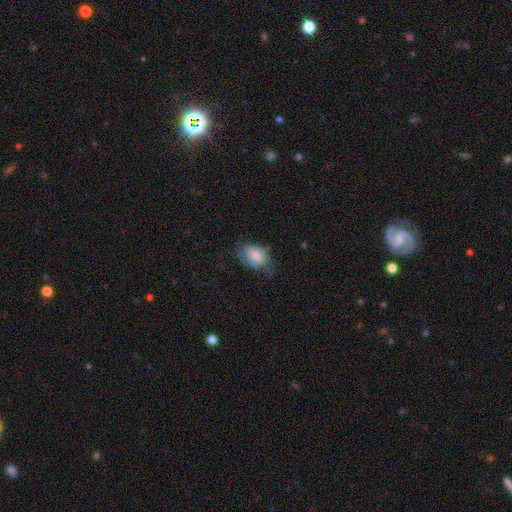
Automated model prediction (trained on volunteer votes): Q: Smooth or featured?
A: smooth (69%); runner-up: featured or disk (23%)
Q: How rounded?
A: in between (85%); runner-up: round (14%)
Q: Merging?
A: none (44%); runner-up: minor disturbance (34%)